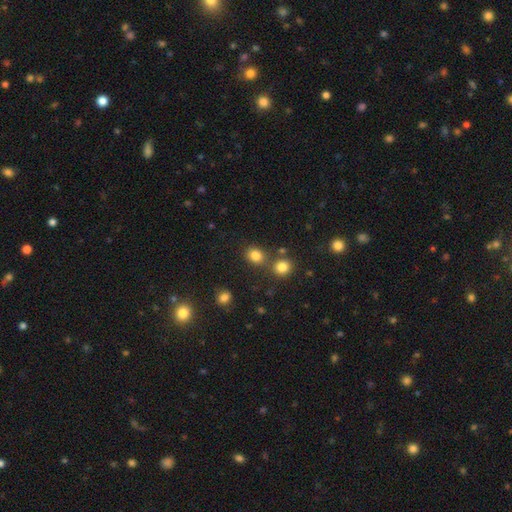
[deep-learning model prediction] This is clearly a smooth galaxy (81%). How rounded: likely round (63%). Merging: likely none (71%).